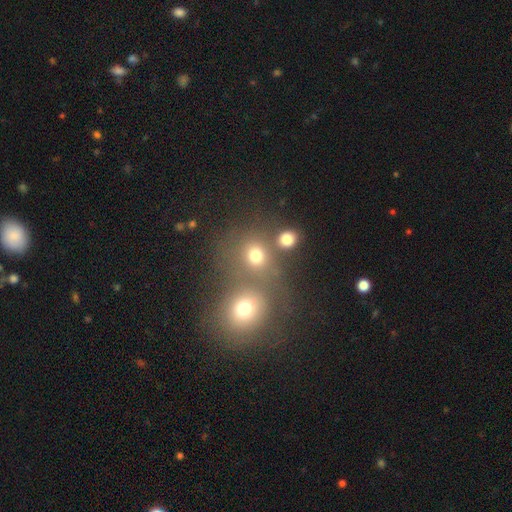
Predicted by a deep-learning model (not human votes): A smooth galaxy with no disk features (74%) that is round (78%).

Vote fractions:
- Smooth or featured? smooth: 74% / star or artifact: 17% / featured or disk: 10%
- How rounded? round: 78% / in between: 20% / cigar-shaped: 1%
- Merging? none: 48% / merger: 39% / minor disturbance: 7% / major disturbance: 5%